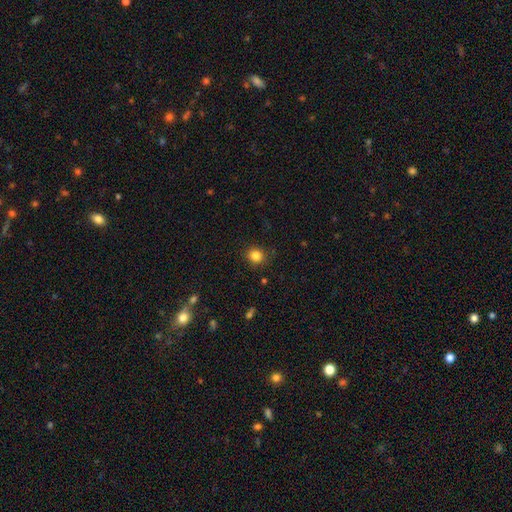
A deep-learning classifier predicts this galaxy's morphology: type=smooth (84%); roundness=round (83%); merging=none (89%).